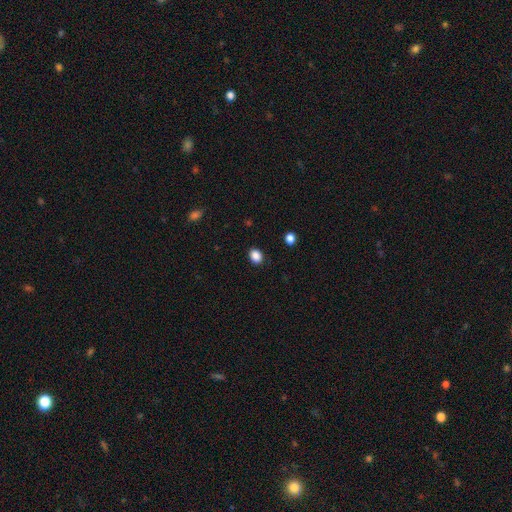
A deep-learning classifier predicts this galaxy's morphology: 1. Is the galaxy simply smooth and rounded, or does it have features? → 87% smooth, 10% star or artifact, 3% featured or disk.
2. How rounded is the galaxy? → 55% in between, 44% round, 1% cigar-shaped.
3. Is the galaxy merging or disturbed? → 88% none, 8% minor disturbance, 2% major disturbance, 1% merger.